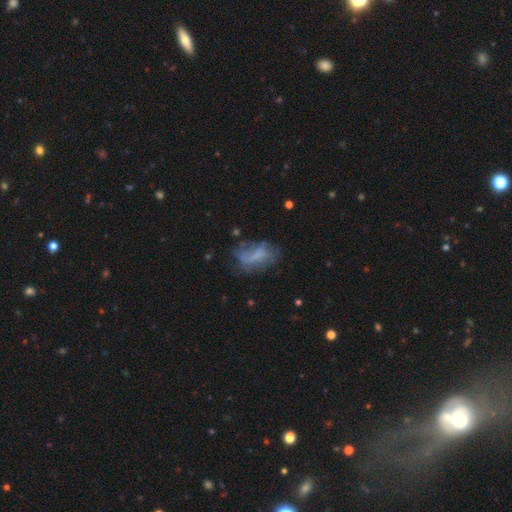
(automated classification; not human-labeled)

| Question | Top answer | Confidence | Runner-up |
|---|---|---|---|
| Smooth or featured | featured or disk | 46% | smooth (43%) |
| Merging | none | 44% | minor disturbance (26%) |